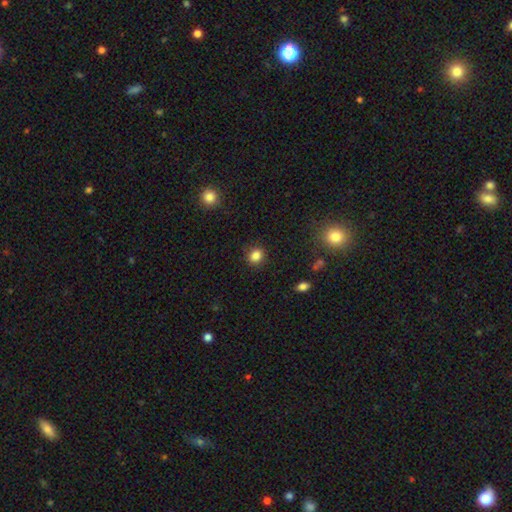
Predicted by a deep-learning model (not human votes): A smooth galaxy with no disk features (85%) that is round (75%). Merging: none (88%).